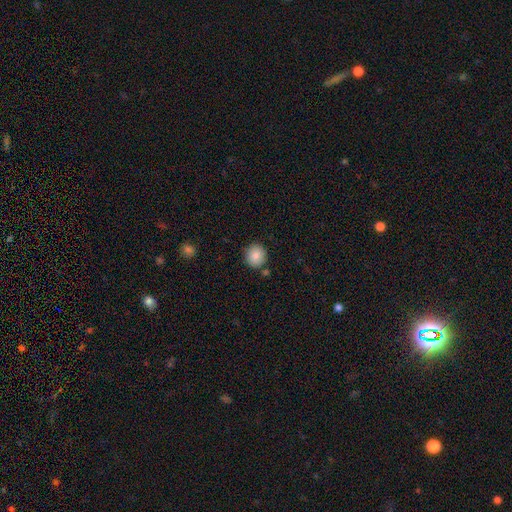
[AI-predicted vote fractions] The model was most divided on "merging": none: 85%, minor disturbance: 8%, merger: 5%, major disturbance: 2%. More confident: how rounded — round (89%); smooth or featured — smooth (87%).